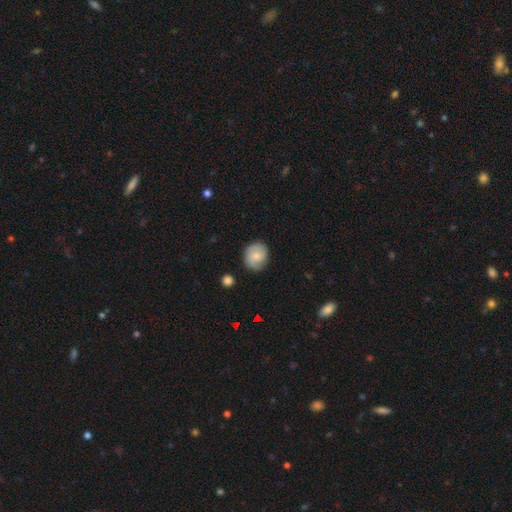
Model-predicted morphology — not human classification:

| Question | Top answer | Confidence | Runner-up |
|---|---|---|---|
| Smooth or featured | smooth | 58% | featured or disk (35%) |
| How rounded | round | 72% | in between (27%) |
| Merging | none | 76% | minor disturbance (18%) |